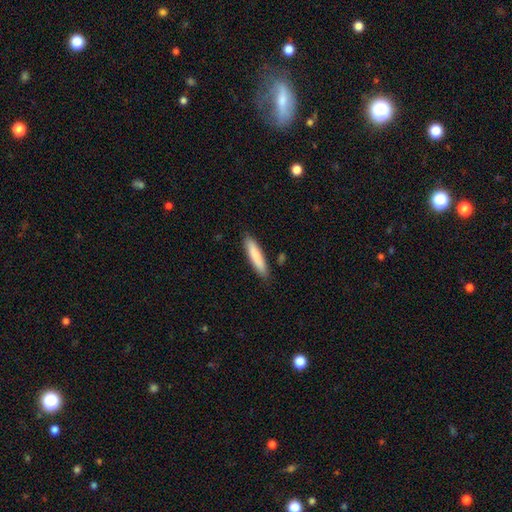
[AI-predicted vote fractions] A smooth galaxy with no disk features (83%) that is cigar-shaped (84%).

Vote fractions:
- Smooth or featured? smooth: 83% / featured or disk: 11% / star or artifact: 5%
- How rounded? cigar-shaped: 84% / in between: 15% / round: 1%
- Merging? none: 87% / minor disturbance: 10% / major disturbance: 2% / merger: 2%